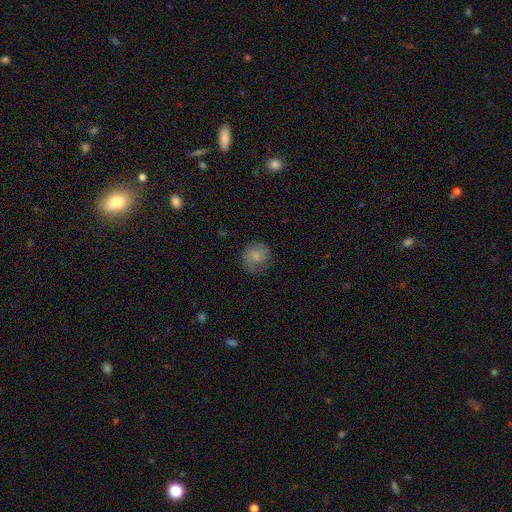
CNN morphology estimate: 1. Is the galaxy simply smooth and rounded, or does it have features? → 65% smooth, 27% featured or disk, 8% star or artifact.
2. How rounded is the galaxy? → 87% round, 12% in between, 1% cigar-shaped.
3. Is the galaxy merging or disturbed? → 74% none, 18% minor disturbance, 7% major disturbance, 1% merger.